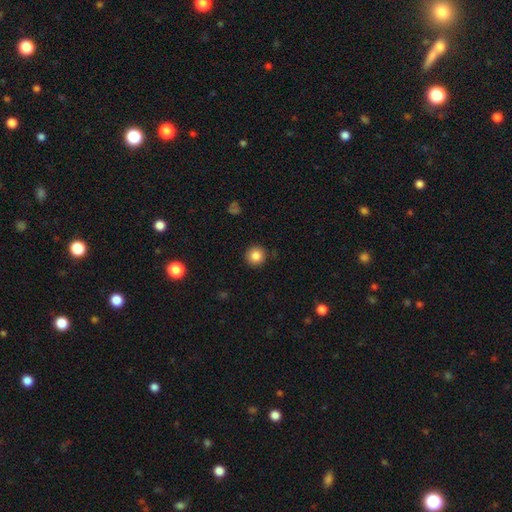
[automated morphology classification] The model was most divided on "smooth or featured": smooth: 85%, star or artifact: 10%, featured or disk: 5%. More confident: how rounded — round (95%); merging — none (91%).